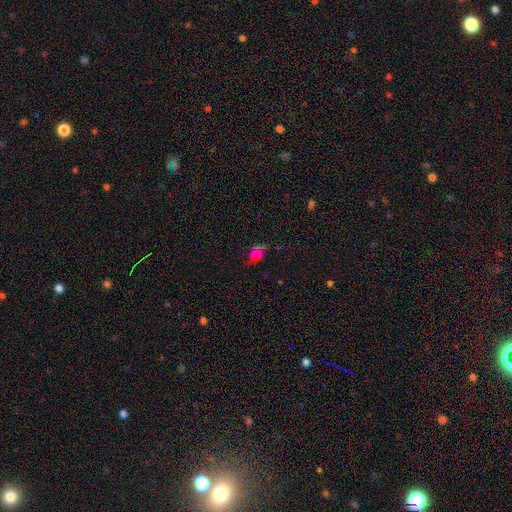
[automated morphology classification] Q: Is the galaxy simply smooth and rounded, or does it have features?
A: smooth — 55%.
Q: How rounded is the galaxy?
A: in between — 62%.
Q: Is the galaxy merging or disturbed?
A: none — 63%.